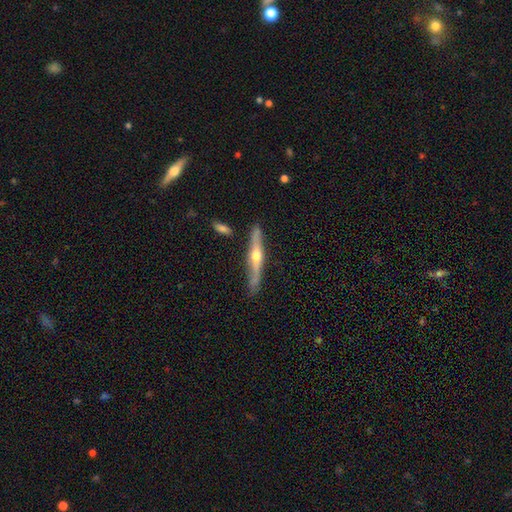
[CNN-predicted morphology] Overall: featured or disk (69%). Edge-on disk: yes (95%). Edge-on bulge: rounded (93%). Merging: none (79%).